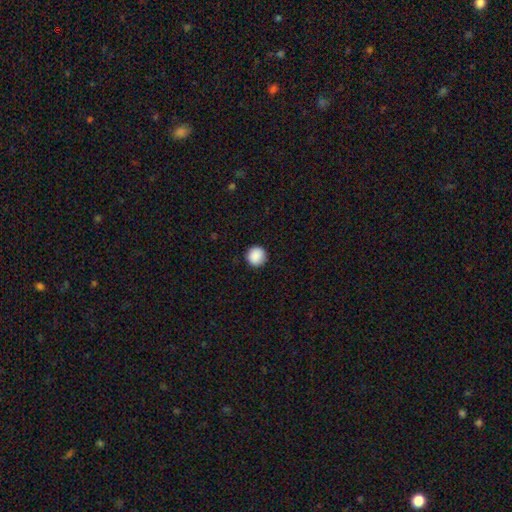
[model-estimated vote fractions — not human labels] This appears to be a smooth galaxy with no disk features (90%) that is round (95%). Merging: none (92%).